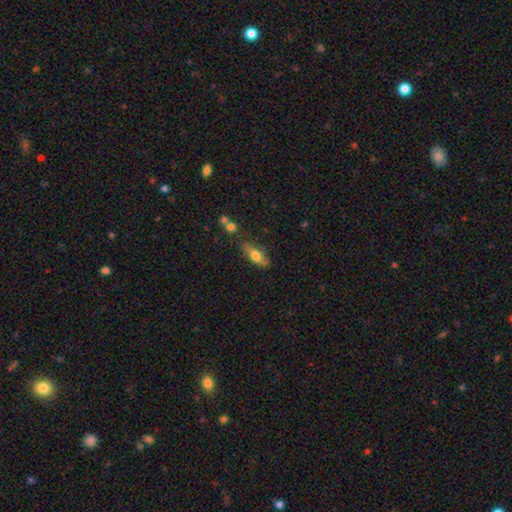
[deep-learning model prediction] Smooth or featured? smooth (63%)
How rounded? in between (60%)
Merging? none (74%)